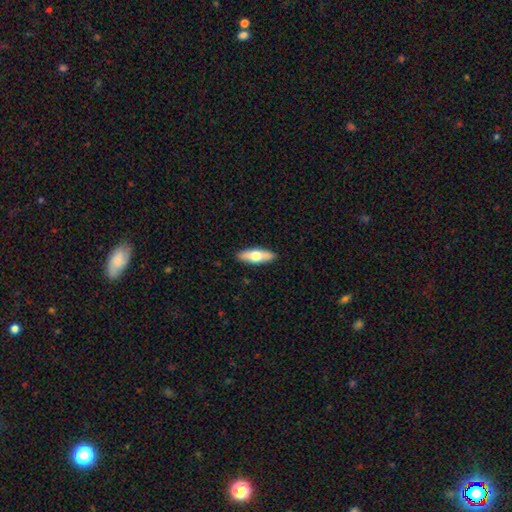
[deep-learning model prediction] Morphology: type=smooth (60%); roundness=in between (58%); merging=none (90%).